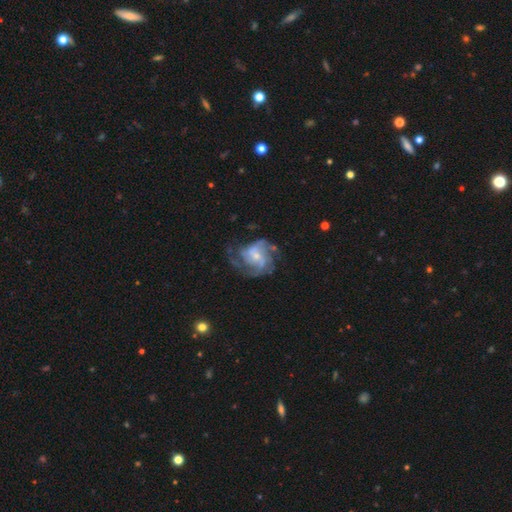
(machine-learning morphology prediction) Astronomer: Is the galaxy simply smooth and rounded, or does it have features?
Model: featured or disk — 84%.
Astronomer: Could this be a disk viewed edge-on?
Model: no — 98%.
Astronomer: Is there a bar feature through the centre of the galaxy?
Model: no — 56% (runner-up: weak, 37%).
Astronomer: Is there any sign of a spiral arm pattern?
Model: yes — 94%.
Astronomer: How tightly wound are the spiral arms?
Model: medium — 49% (runner-up: tight, 32%).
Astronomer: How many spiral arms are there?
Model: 3 — 30% (runner-up: can't tell, 22%).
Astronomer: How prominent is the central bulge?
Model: small — 61%.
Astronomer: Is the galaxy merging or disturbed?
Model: none — 59%.